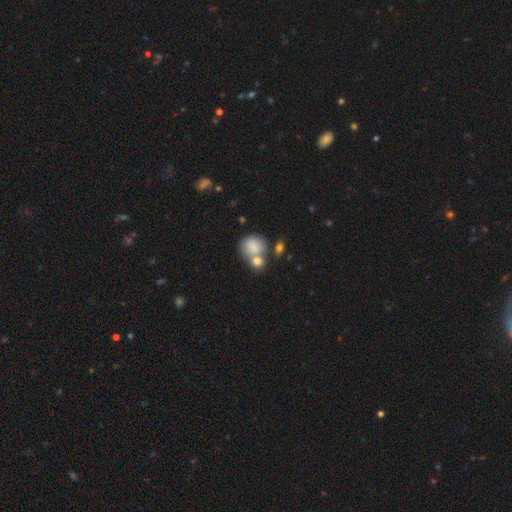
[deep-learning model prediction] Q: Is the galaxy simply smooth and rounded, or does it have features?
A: smooth — 80%.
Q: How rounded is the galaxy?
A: round — 78%.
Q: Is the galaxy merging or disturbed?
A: merger — 42%, tied with none.